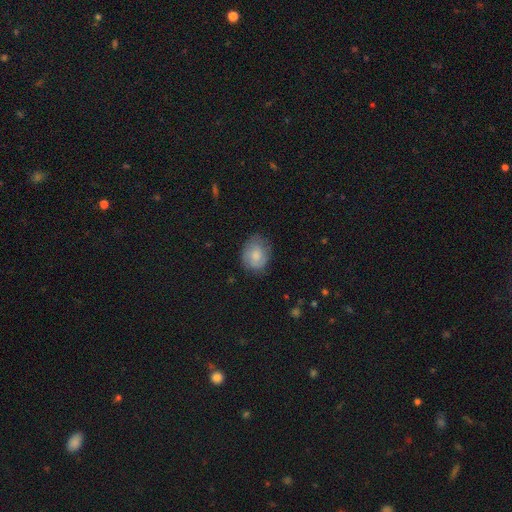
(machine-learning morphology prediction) A smooth galaxy with no disk features (68%) that is in between round and cigar-shaped (51%). Merging: none (71%).